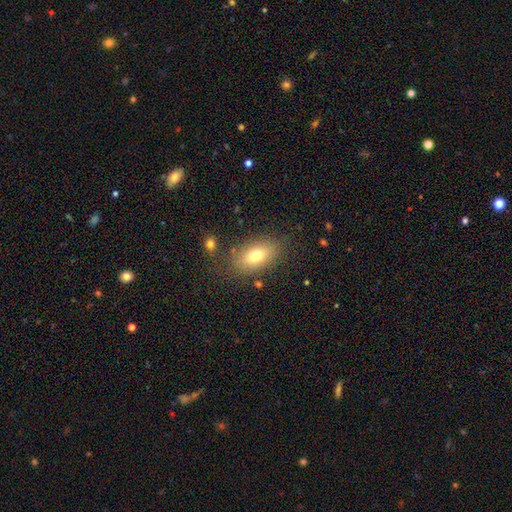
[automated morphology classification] smooth 73%, featured or disk 18%, star or artifact 10%. Down the decision tree: how rounded — in between (88%); merging — none (79%).